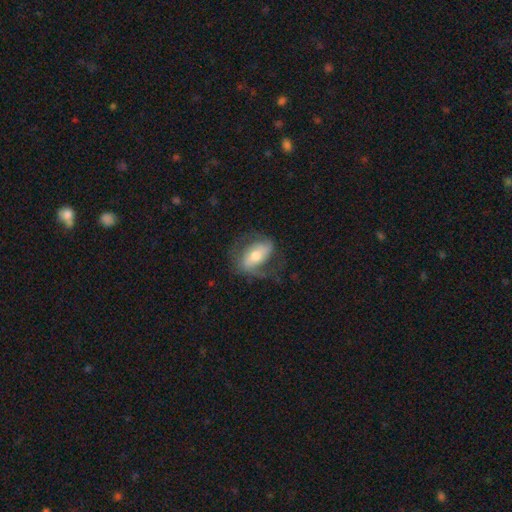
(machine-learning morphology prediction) Smooth or featured? Predicted: featured or disk (p=0.61). Edge-on disk? Predicted: no (p=0.92). Bar? Predicted: strong (p=0.38). Spiral arms? Predicted: yes (p=0.76). Bulge size? Predicted: moderate (p=0.64). Merging? Predicted: none (p=0.62).